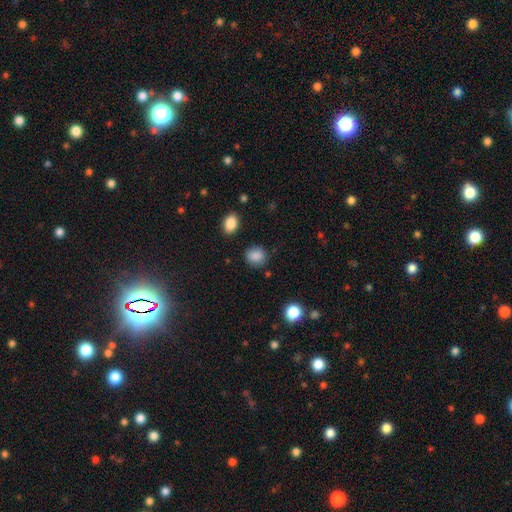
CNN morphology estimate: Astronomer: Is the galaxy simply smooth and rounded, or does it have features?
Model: smooth — 86%.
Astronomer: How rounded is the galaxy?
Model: round — 71%.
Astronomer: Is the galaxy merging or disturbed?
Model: none — 83%.